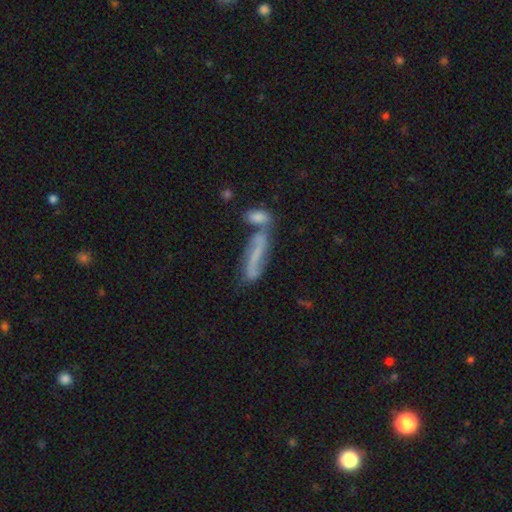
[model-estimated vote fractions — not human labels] smooth_or_featured: featured or disk (p=0.59) [alt: smooth p=0.31]
disk_edge_on: no (p=0.74) [alt: yes p=0.26]
merging: merger (p=0.40) [alt: none p=0.36]